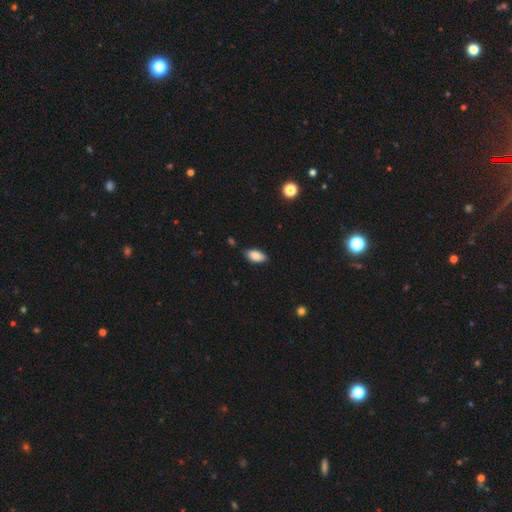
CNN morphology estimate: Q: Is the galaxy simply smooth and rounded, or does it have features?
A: smooth — 88%.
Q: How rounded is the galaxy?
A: in between — 92%.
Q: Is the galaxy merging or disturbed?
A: none — 79%.